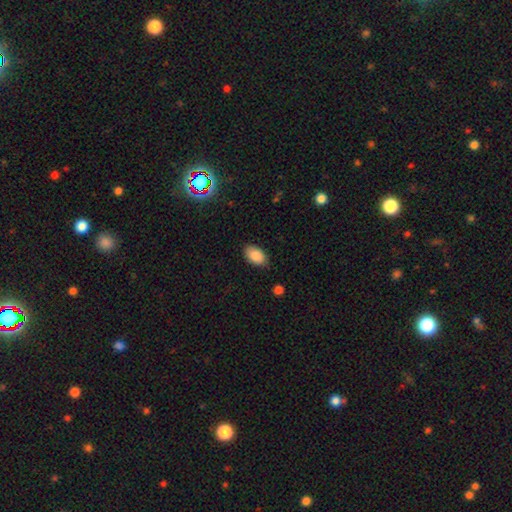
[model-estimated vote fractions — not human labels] The model was most divided on "merging": none: 85%, minor disturbance: 11%, major disturbance: 3%, merger: 1%. More confident: how rounded — in between (93%); smooth or featured — smooth (88%).